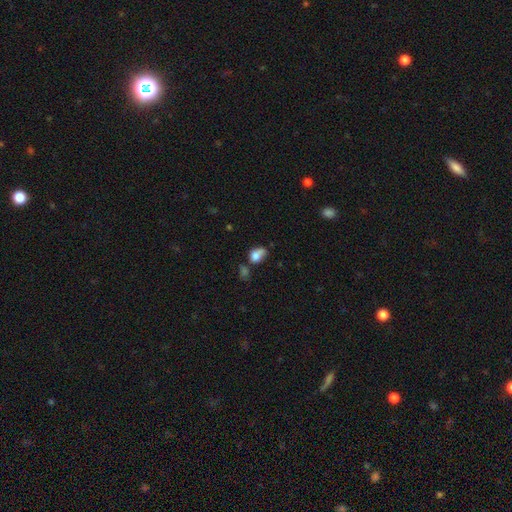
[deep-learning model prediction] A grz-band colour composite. It shows a smooth galaxy with no disk features (73%) that is in between round and cigar-shaped (66%). Merging: none (26%).